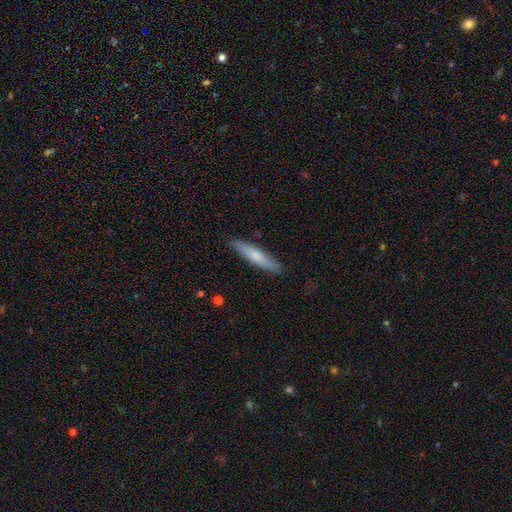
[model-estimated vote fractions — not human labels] smooth 62%, featured or disk 32%, star or artifact 6%. Down the decision tree: how rounded — cigar-shaped (88%); merging — none (89%).